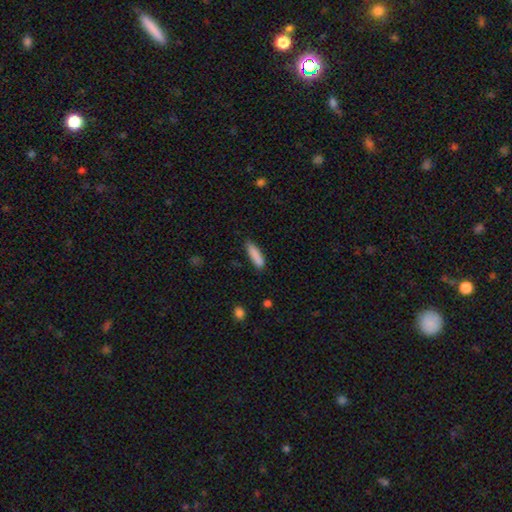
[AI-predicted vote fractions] This appears to be a smooth galaxy with no disk features (87%) that is cigar-shaped (68%). Merging: none (79%).